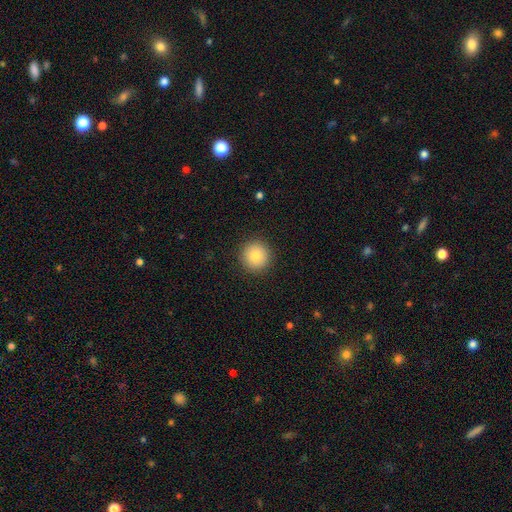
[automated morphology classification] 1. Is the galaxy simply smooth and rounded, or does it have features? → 83% smooth, 10% star or artifact, 7% featured or disk.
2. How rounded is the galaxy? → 95% round, 4% in between, 1% cigar-shaped.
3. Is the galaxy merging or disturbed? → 92% none, 5% minor disturbance, 2% major disturbance, 1% merger.